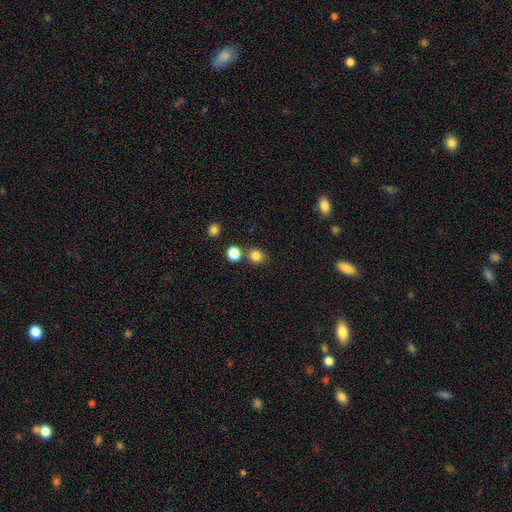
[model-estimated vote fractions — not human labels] Morphology: type=smooth (82%); roundness=round (75%); merging=none (72%).